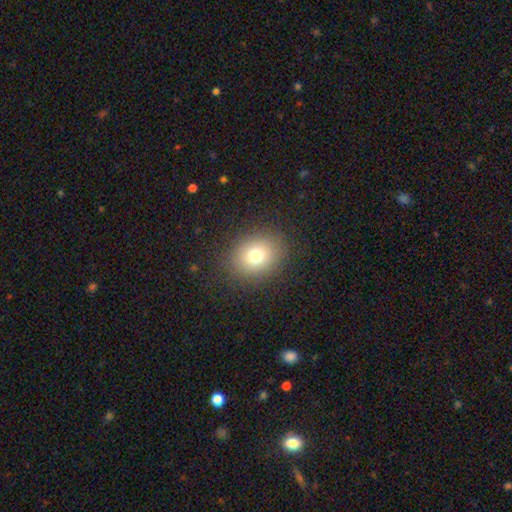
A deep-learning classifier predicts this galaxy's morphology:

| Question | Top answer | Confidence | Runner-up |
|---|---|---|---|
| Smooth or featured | smooth | 76% | star or artifact (14%) |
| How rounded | round | 62% | in between (38%) |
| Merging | none | 86% | minor disturbance (9%) |